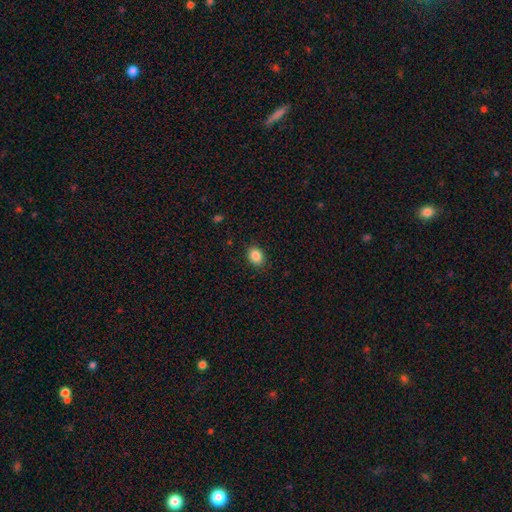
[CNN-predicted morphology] This appears to be a smooth galaxy with no disk features (87%) that is in between round and cigar-shaped (56%). Merging: none (87%).